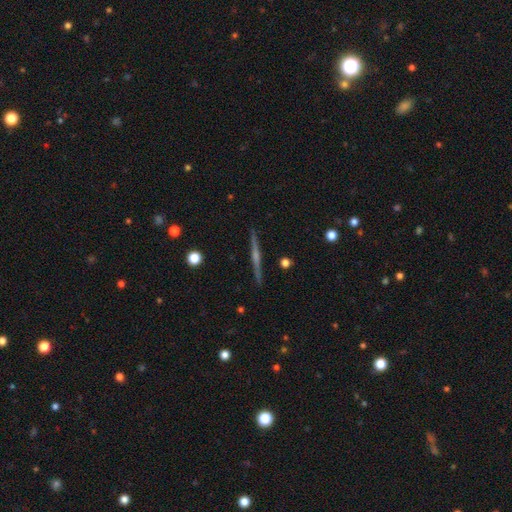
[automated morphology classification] A featured or disk galaxy (77%) viewed edge-on (98%) with a rounded central bulge (68%). Merging: none (93%).